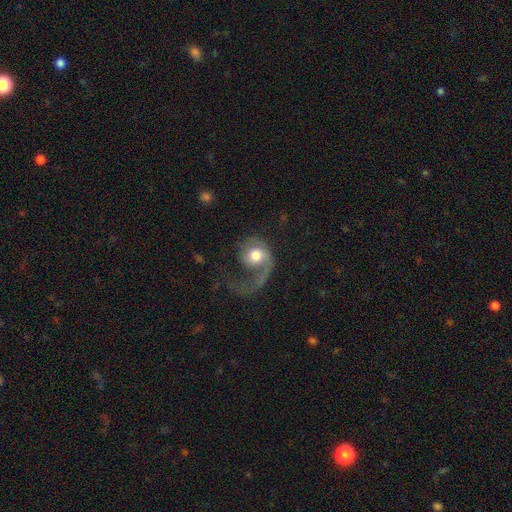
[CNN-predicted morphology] Smooth or featured? Predicted: featured or disk (p=0.60). Edge-on disk? Predicted: no (p=0.97). Bar? Predicted: no (p=0.78). Spiral arms? Predicted: yes (p=0.83). Bulge size? Predicted: moderate (p=0.54). Merging? Predicted: major disturbance (p=0.58).